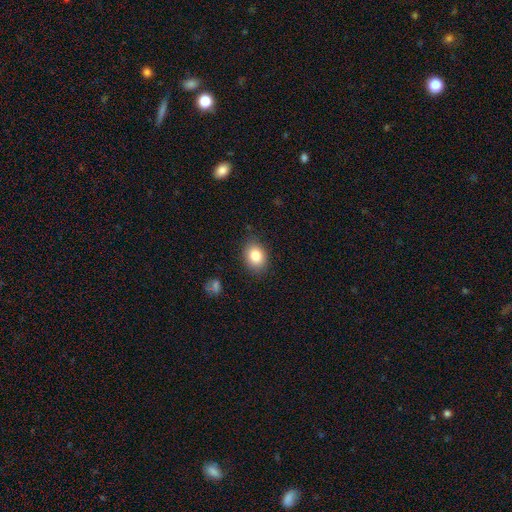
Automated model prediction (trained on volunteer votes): Smooth or featured? smooth (83%)
How rounded? in between (63%)
Merging? none (83%)